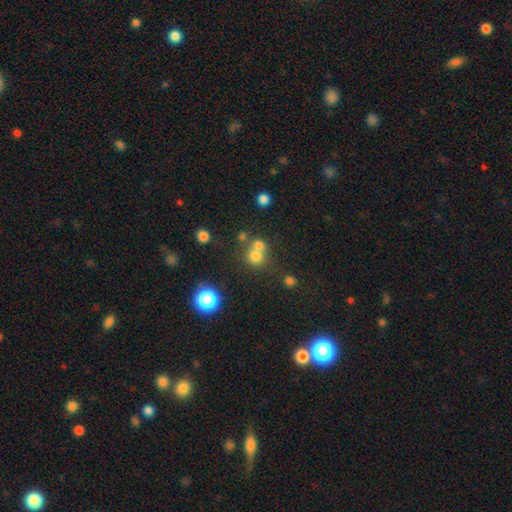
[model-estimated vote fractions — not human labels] Smooth or featured: smooth — 70% (star or artifact — 18%)
How rounded: round — 87% (in between — 12%)
Merging: none — 48% (merger — 43%)